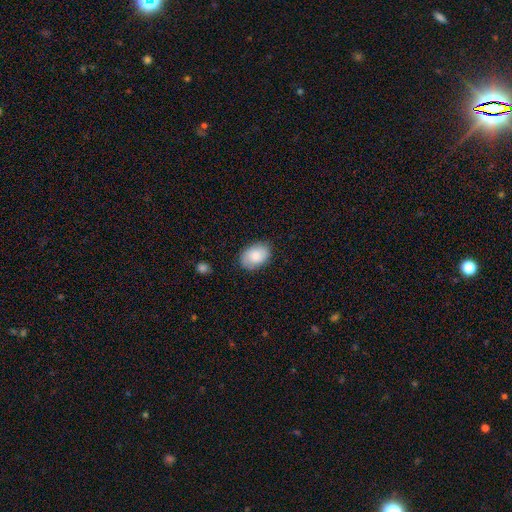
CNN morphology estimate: This is clearly a smooth galaxy (81%). How rounded: clearly in between (84%). Merging: clearly none (82%).